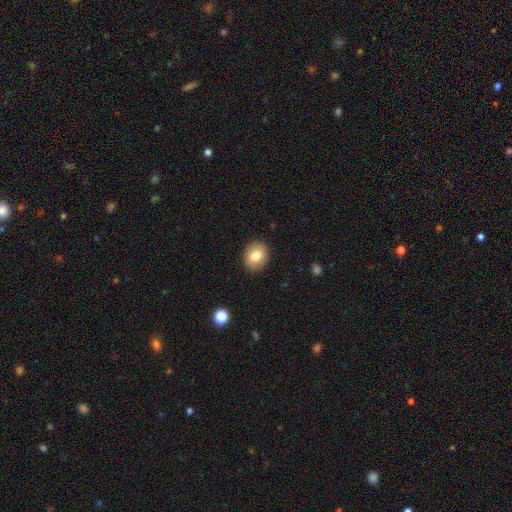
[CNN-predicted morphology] type=smooth (80%); roundness=in between (53%); merging=none (89%).